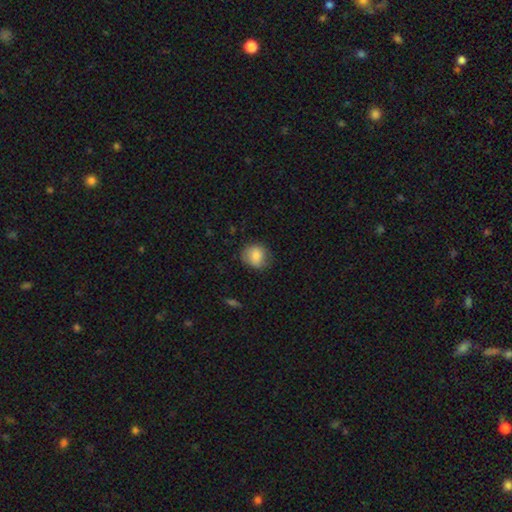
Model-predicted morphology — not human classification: smooth 83%, featured or disk 9%, star or artifact 8%. Down the decision tree: how rounded — round (78%); merging — none (76%).